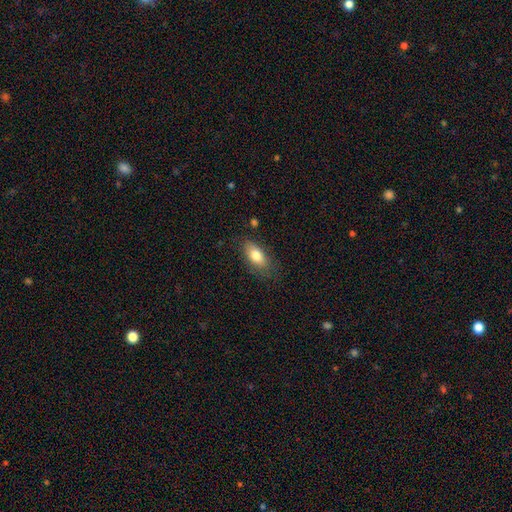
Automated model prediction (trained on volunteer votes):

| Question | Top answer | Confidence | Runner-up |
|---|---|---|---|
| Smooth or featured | smooth | 79% | featured or disk (14%) |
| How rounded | in between | 89% | cigar-shaped (7%) |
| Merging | none | 74% | minor disturbance (19%) |